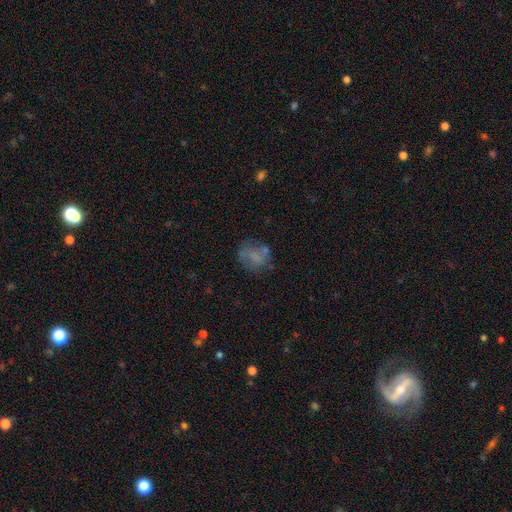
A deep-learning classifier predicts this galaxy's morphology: type=smooth (52%); roundness=round (50%); merging=none (56%).